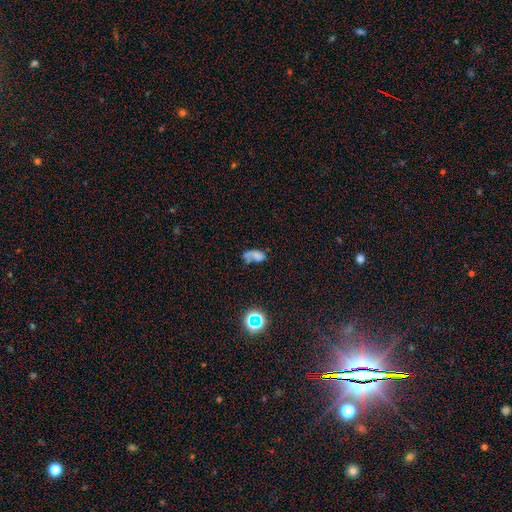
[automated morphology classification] Smooth or featured? Predicted: smooth (p=0.50). Merging? Predicted: major disturbance (p=0.34).